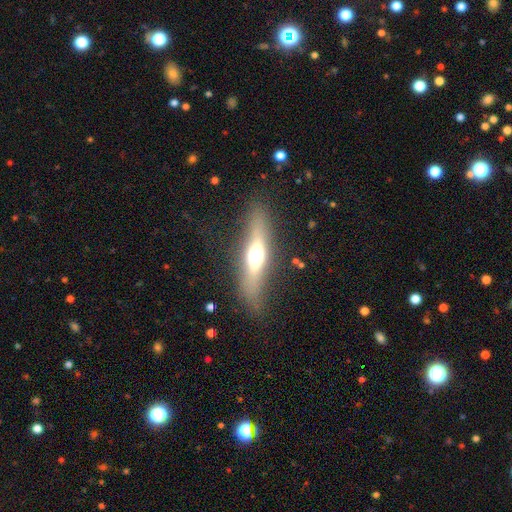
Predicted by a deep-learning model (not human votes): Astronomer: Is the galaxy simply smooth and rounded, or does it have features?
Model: featured or disk — 53% (runner-up: smooth, 38%).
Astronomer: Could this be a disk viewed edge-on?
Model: yes — 83%.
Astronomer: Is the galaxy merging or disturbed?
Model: none — 84%.